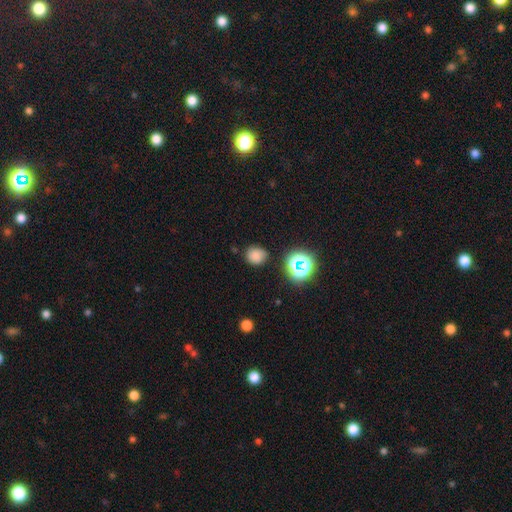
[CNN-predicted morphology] A smooth galaxy with no disk features (75%) that is round (75%).

Vote fractions:
- Smooth or featured? smooth: 75% / star or artifact: 18% / featured or disk: 7%
- How rounded? round: 75% / in between: 24% / cigar-shaped: 1%
- Merging? none: 77% / minor disturbance: 16% / major disturbance: 4% / merger: 3%